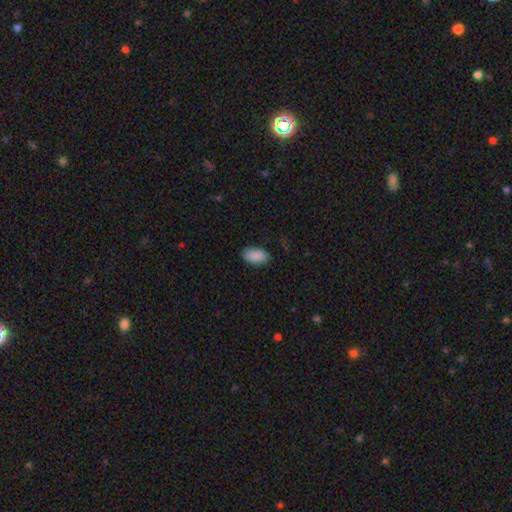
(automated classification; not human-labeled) Smooth or featured?
  - smooth: 88% *
  - star or artifact: 7%
  - featured or disk: 5%
How rounded?
  - in between: 94% *
  - round: 4%
  - cigar-shaped: 2%
Merging?
  - none: 84% *
  - minor disturbance: 12%
  - major disturbance: 3%
  - merger: 1%